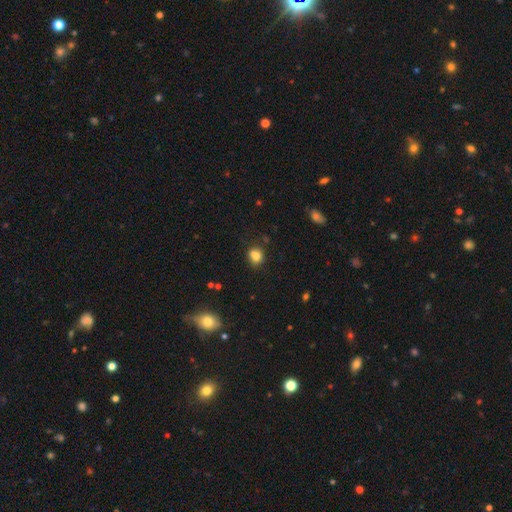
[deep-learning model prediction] Overall: smooth (79%). How rounded: round (62%; in between 37%). Merging: none (61%).